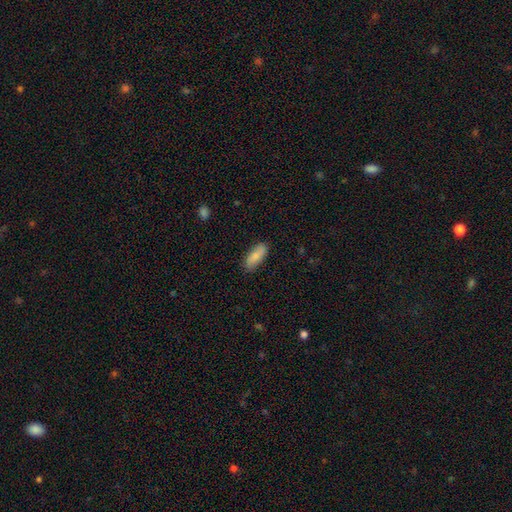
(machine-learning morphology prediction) A smooth galaxy with no disk features (83%) that is in between round and cigar-shaped (74%). Merging: none (83%).